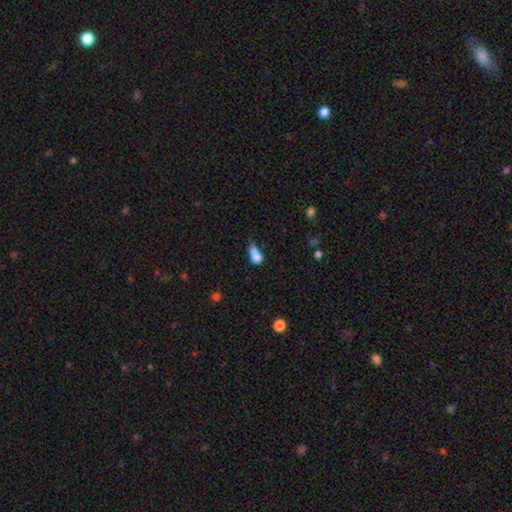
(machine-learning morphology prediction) Q: Smooth or featured?
A: smooth (78%); runner-up: featured or disk (12%)
Q: How rounded?
A: in between (79%); runner-up: round (13%)
Q: Merging?
A: minor disturbance (32%); runner-up: none (26%)